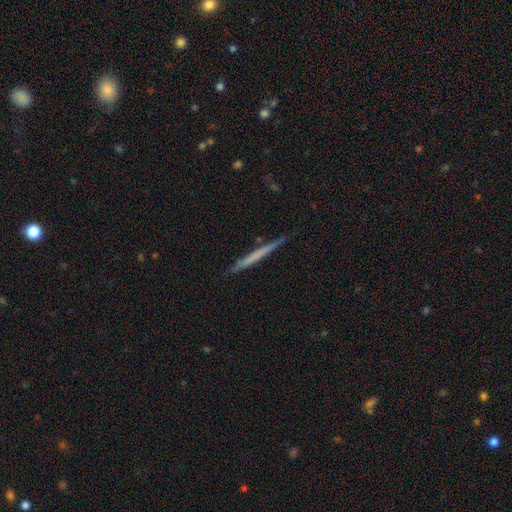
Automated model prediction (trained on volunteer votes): Smooth or featured?
  - smooth: 49% *
  - featured or disk: 46%
  - star or artifact: 5%
Merging?
  - none: 87% *
  - minor disturbance: 10%
  - major disturbance: 2%
  - merger: 1%